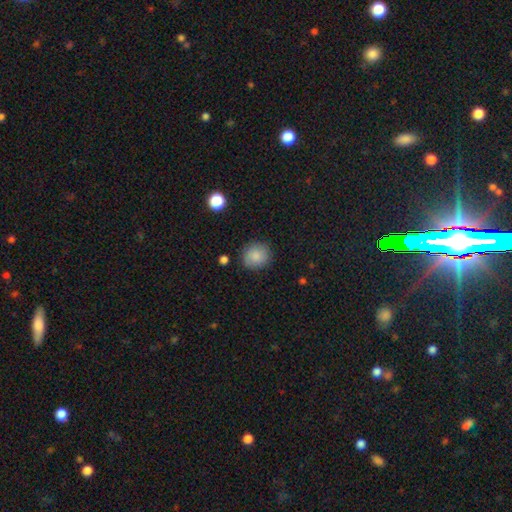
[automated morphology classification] smooth 85%, star or artifact 8%, featured or disk 7%. Down the decision tree: how rounded — round (83%); merging — none (84%).